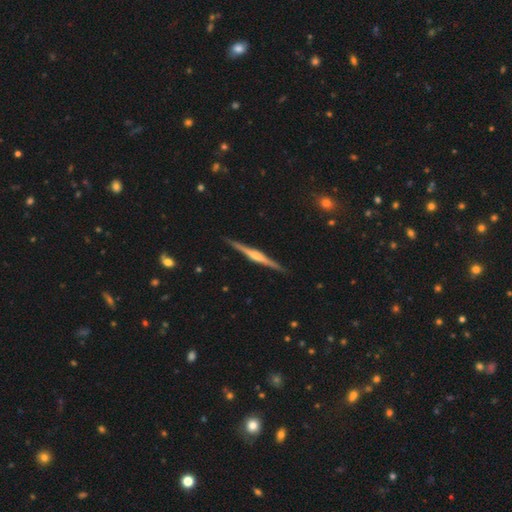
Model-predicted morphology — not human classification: smooth-or-featured: featured or disk: 80% | smooth: 14% | star or artifact: 5%
  disk-edge-on: yes: 98% | no: 2%
    edge-on-bulge: rounded: 75% | boxy: 16% | none: 8%
  merging: none: 90% | minor disturbance: 7% | major disturbance: 1% | merger: 1%